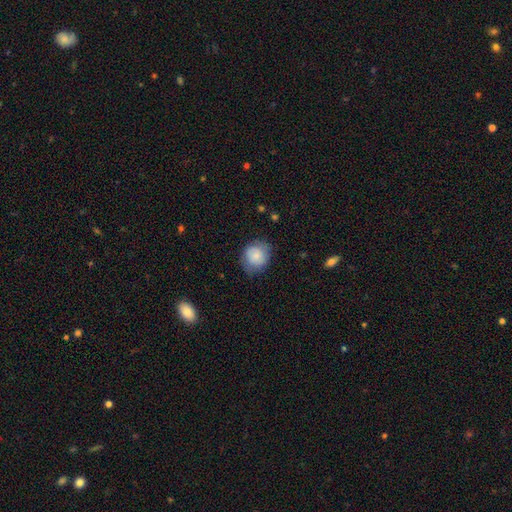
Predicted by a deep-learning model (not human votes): Overall: smooth (76%). How rounded: round (76%). Merging: none (69%).